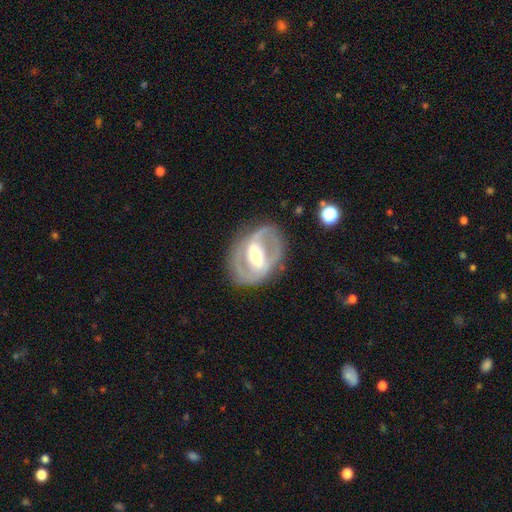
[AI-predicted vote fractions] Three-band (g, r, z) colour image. It shows a featured or disk galaxy (80%) with a strong bar (48%), 2 (83%) medium (48%) spiral arms (70%) and a moderate central bulge (63%). Merging: none (78%).